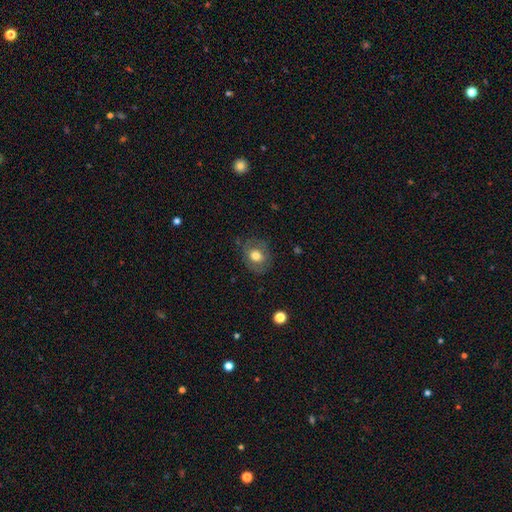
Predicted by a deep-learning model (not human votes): This is likely a smooth galaxy (69%). How rounded: possibly round (54%). Merging: likely none (74%).